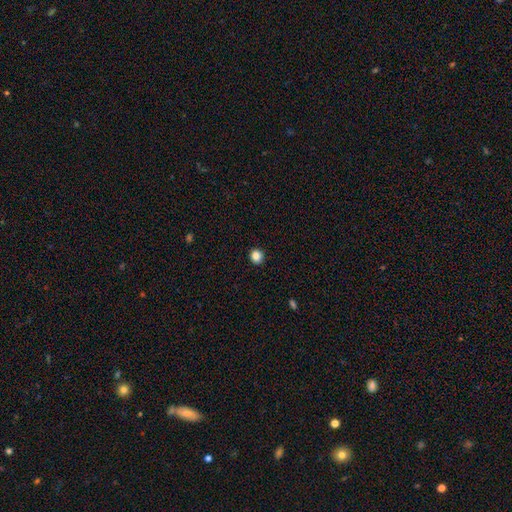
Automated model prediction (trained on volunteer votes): Smooth or featured: smooth — 85% (star or artifact — 11%)
How rounded: round — 86% (in between — 13%)
Merging: none — 92% (minor disturbance — 5%)